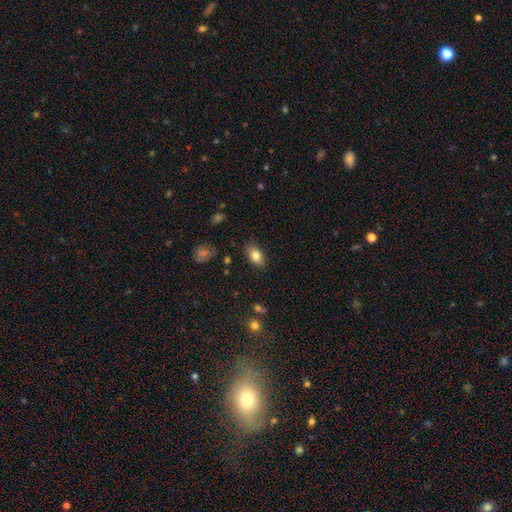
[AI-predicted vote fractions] The model was most divided on "merging": none: 83%, minor disturbance: 13%, major disturbance: 3%, merger: 2%. More confident: how rounded — in between (88%); smooth or featured — smooth (82%).